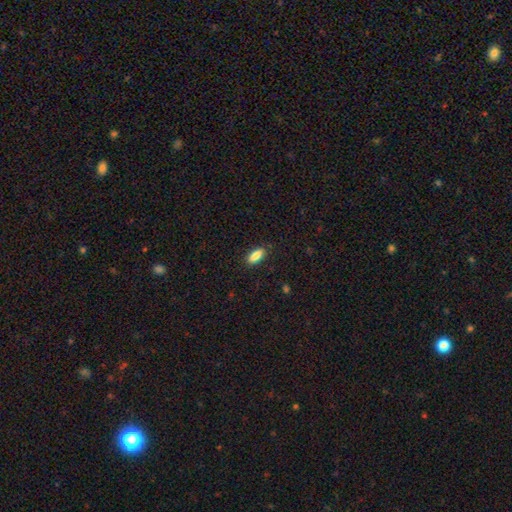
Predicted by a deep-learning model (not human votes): This appears to be a smooth galaxy with no disk features (86%) that is in between round and cigar-shaped (79%). Merging: none (87%).